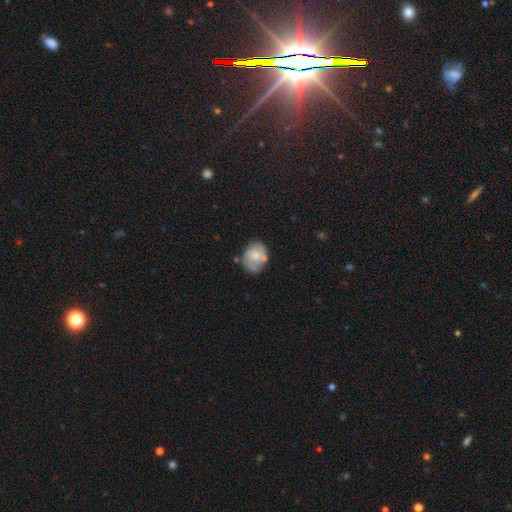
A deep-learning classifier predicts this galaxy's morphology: smooth_or_featured: smooth (p=0.49) [alt: featured or disk p=0.44]
merging: none (p=0.61) [alt: minor disturbance p=0.22]